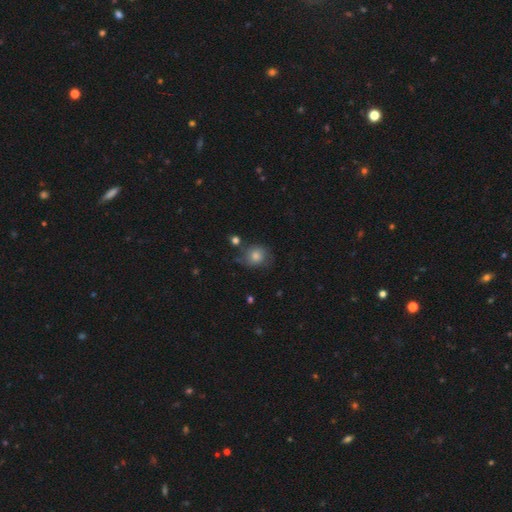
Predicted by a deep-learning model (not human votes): A smooth galaxy with no disk features (65%) that is round (73%).

Vote fractions:
- Smooth or featured? smooth: 65% / featured or disk: 22% / star or artifact: 14%
- How rounded? round: 73% / in between: 26% / cigar-shaped: 1%
- Merging? none: 64% / minor disturbance: 22% / major disturbance: 9% / merger: 5%